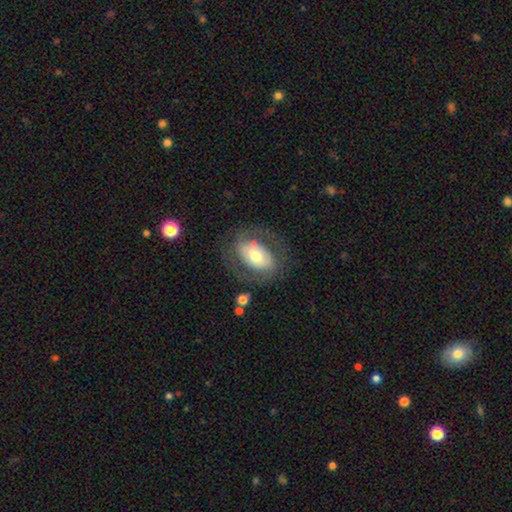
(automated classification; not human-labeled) smooth-or-featured: featured or disk: 53% | smooth: 40% | star or artifact: 7%
  disk-edge-on: no: 93% | yes: 7%
  merging: none: 69% | minor disturbance: 15% | major disturbance: 14% | merger: 2%